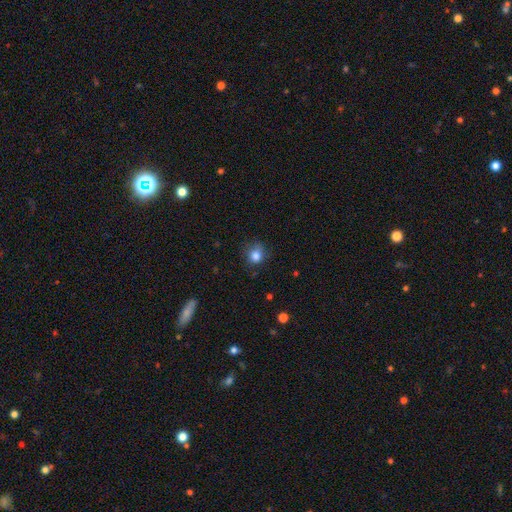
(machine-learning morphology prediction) smooth_or_featured: smooth (p=0.84) [alt: star or artifact p=0.11]
how_rounded: round (p=0.80) [alt: in between p=0.19]
merging: none (p=0.70) [alt: minor disturbance p=0.22]